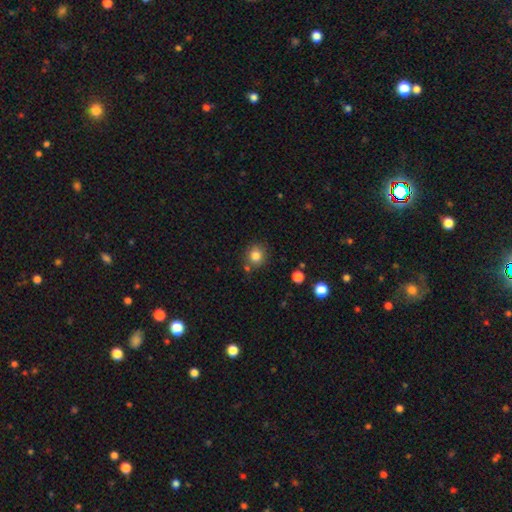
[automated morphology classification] smooth_or_featured: smooth (p=0.82) [alt: star or artifact p=0.11]
how_rounded: round (p=0.87) [alt: in between p=0.12]
merging: none (p=0.80) [alt: minor disturbance p=0.10]